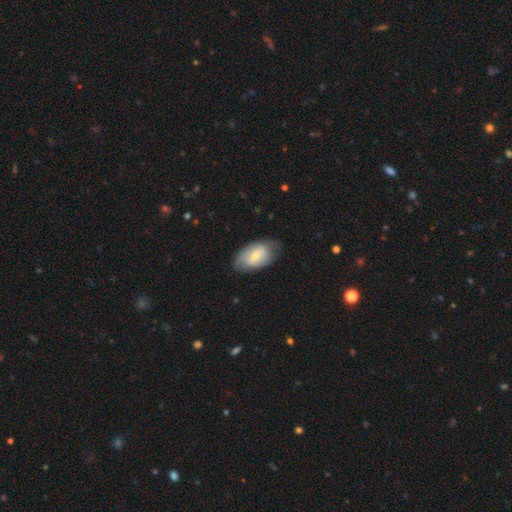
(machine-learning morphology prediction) smooth_or_featured: featured or disk (p=0.50) [alt: smooth p=0.44]
merging: none (p=0.71) [alt: minor disturbance p=0.22]